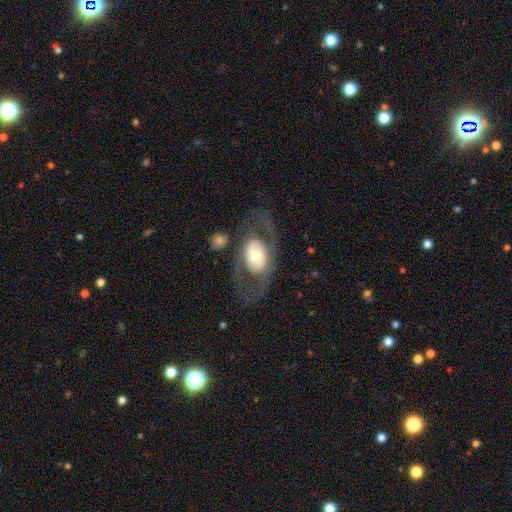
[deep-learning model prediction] Smooth or featured? featured or disk (62%)
Edge-on disk? no (89%)
Bar? no (80%)
Spiral arms? no (70%)
Bulge size? moderate (65%)
Merging? none (69%)